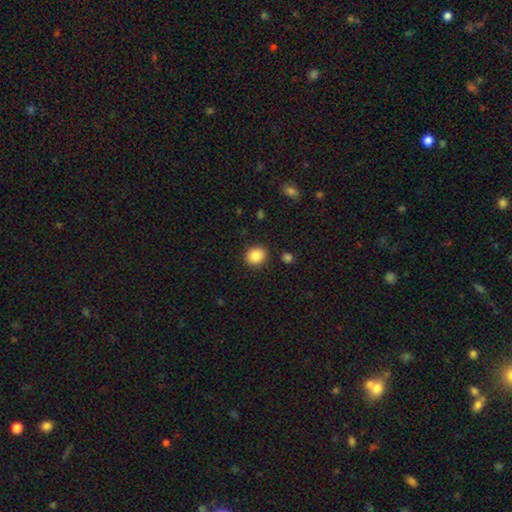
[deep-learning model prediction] Smooth or featured? Predicted: smooth (p=0.88). How rounded? Predicted: round (p=0.77). Merging? Predicted: none (p=0.88).